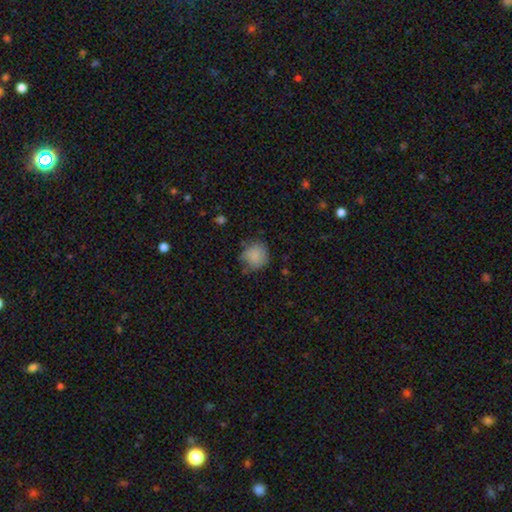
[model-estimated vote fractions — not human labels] Overall: smooth (82%). How rounded: round (84%). Merging: none (65%; minor disturbance 26%).